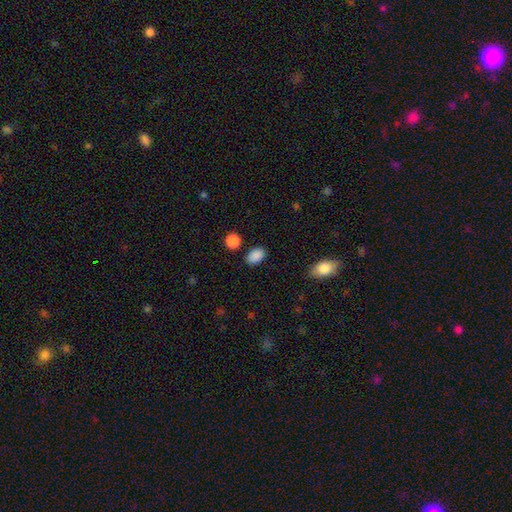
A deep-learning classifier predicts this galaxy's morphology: The model was most divided on "how rounded": in between: 86%, round: 12%, cigar-shaped: 1%. More confident: smooth or featured — smooth (89%); merging — none (85%).